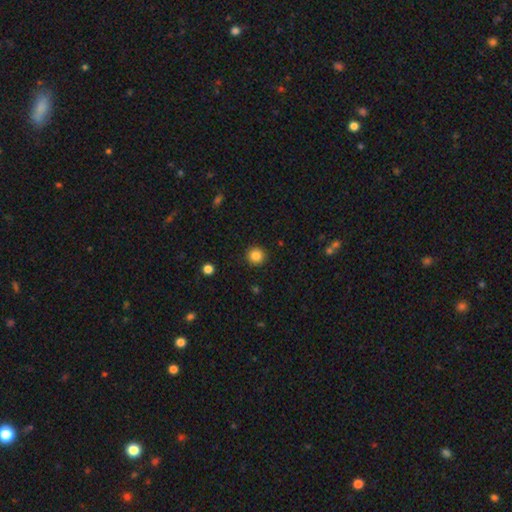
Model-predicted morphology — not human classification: type=smooth (85%); roundness=round (95%); merging=none (92%).